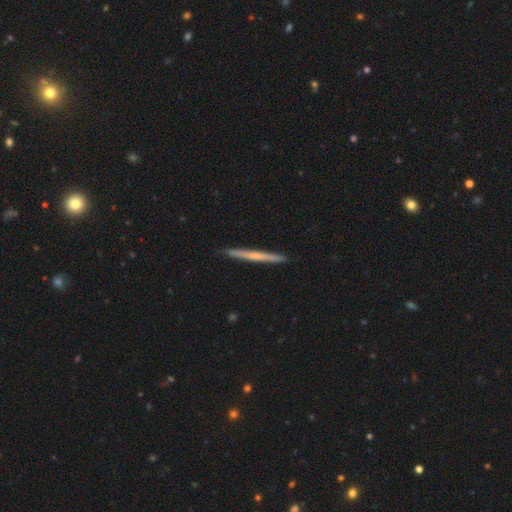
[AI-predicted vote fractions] This appears to be a featured or disk galaxy (52%) viewed edge-on (97%) with no central bulge (65%). Merging: none (92%).